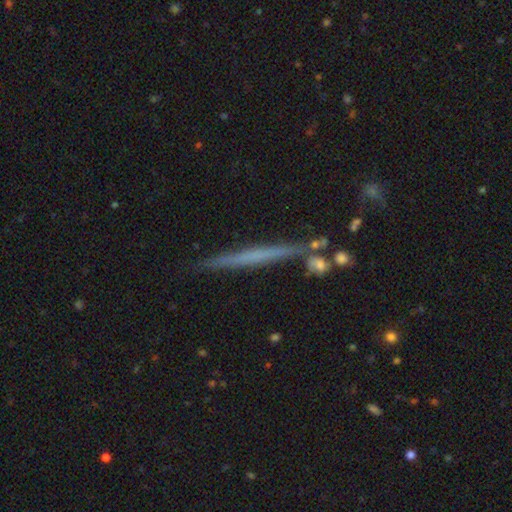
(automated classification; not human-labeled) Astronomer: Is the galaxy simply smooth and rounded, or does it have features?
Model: featured or disk — 54% (runner-up: smooth, 37%).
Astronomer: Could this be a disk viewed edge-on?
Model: yes — 96%.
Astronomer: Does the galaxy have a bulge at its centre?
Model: none — 87%.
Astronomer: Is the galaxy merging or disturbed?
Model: none — 85%.